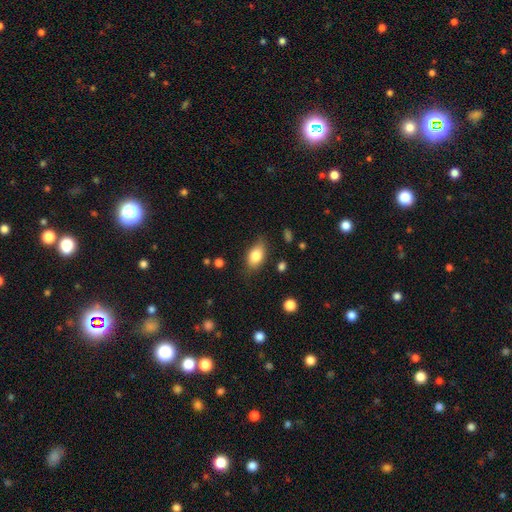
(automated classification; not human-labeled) Overall: smooth (80%). How rounded: in between (86%). Merging: none (77%).